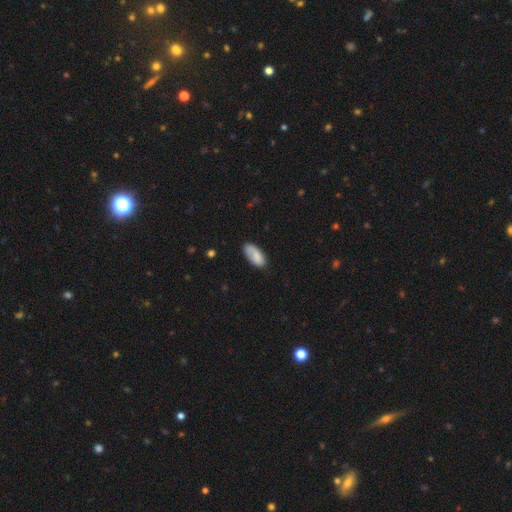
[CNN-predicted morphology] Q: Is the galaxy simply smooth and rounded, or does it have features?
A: smooth — 81%.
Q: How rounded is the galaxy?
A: in between — 89%.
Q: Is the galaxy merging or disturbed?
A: none — 67%.